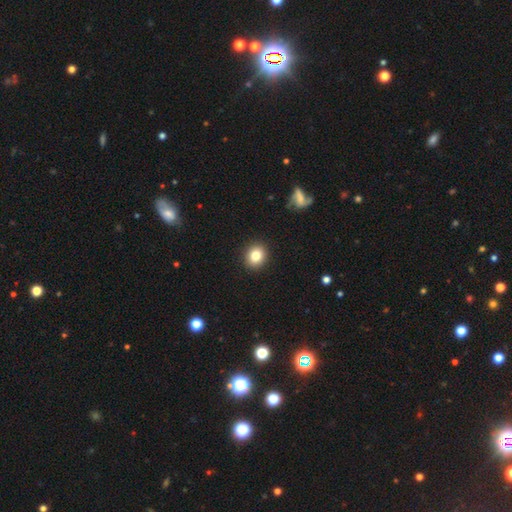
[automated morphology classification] A smooth galaxy with no disk features (82%) that is round (77%). Merging: none (92%).